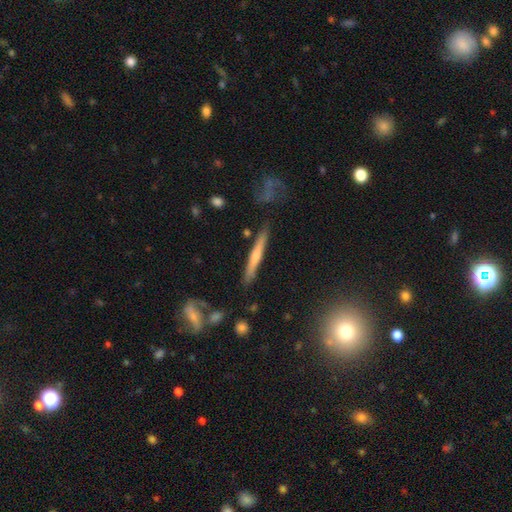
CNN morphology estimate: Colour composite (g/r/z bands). It shows a smooth galaxy with no disk features (48%). Merging: none (84%).